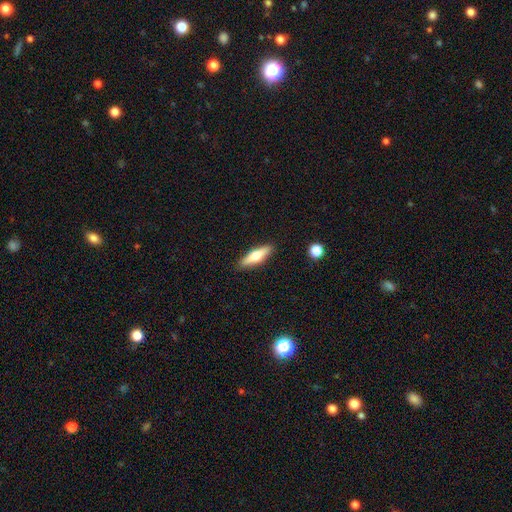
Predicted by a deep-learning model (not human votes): This appears to be a smooth galaxy with no disk features (53%) that is cigar-shaped (62%). Merging: none (88%).